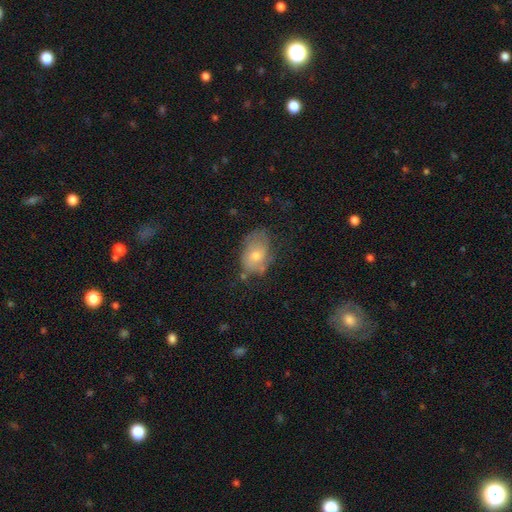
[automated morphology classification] smooth_or_featured: smooth (p=0.57) [alt: featured or disk p=0.35]
how_rounded: in between (p=0.79) [alt: round p=0.19]
merging: none (p=0.48) [alt: minor disturbance p=0.32]